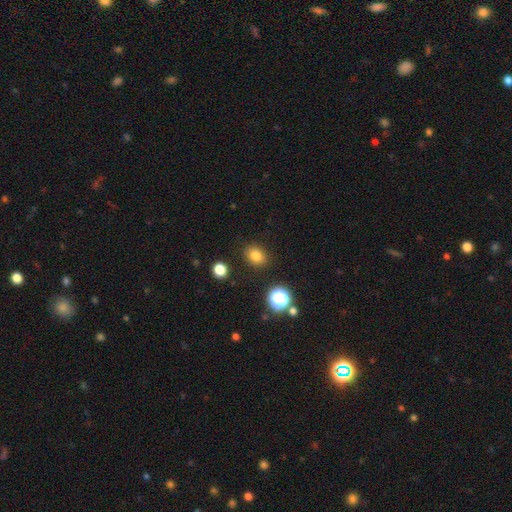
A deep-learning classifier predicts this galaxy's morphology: A smooth galaxy with no disk features (81%) that is in between round and cigar-shaped (50%).

Vote fractions:
- Smooth or featured? smooth: 81% / star or artifact: 14% / featured or disk: 6%
- How rounded? in between: 50% / round: 49% / cigar-shaped: 1%
- Merging? none: 87% / minor disturbance: 8% / major disturbance: 3% / merger: 2%